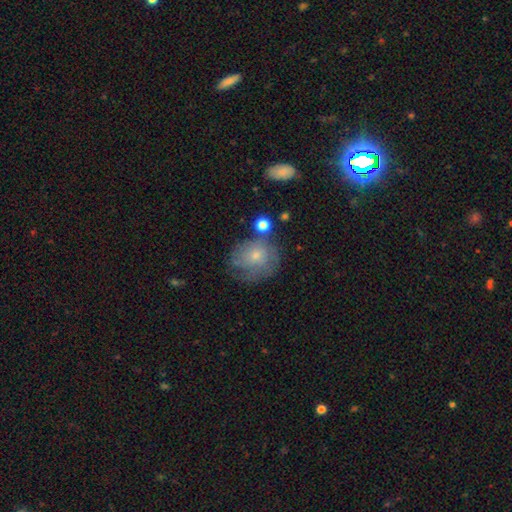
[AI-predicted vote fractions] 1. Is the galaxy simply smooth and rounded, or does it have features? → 52% smooth, 37% featured or disk, 10% star or artifact.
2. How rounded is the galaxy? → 76% round, 23% in between, 1% cigar-shaped.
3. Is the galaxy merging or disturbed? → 51% none, 25% minor disturbance, 17% major disturbance, 7% merger.